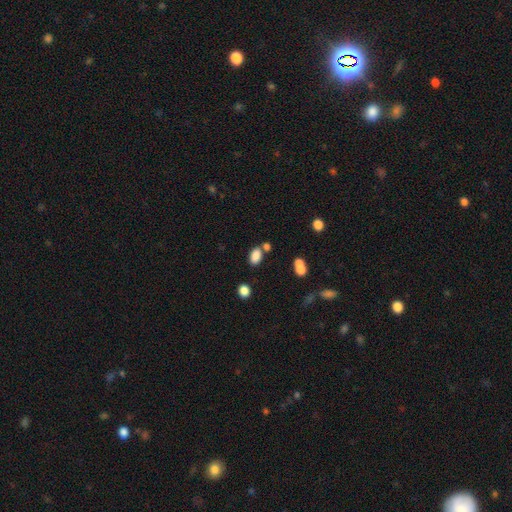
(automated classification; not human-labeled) This is clearly a smooth galaxy (85%). How rounded: clearly in between (88%). Merging: likely none (65%).